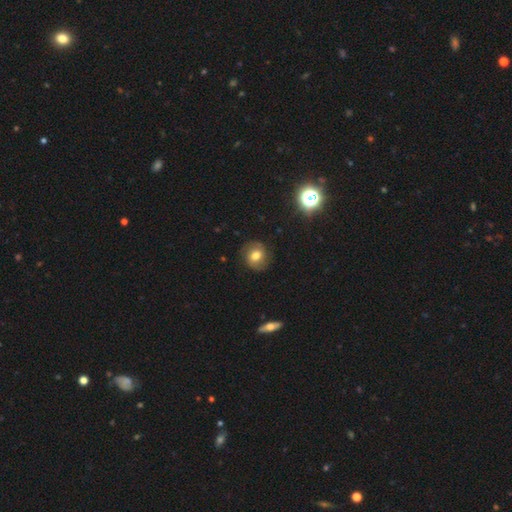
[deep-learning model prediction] Overall: smooth (60%; featured or disk 28%). How rounded: round (80%). Merging: none (83%).